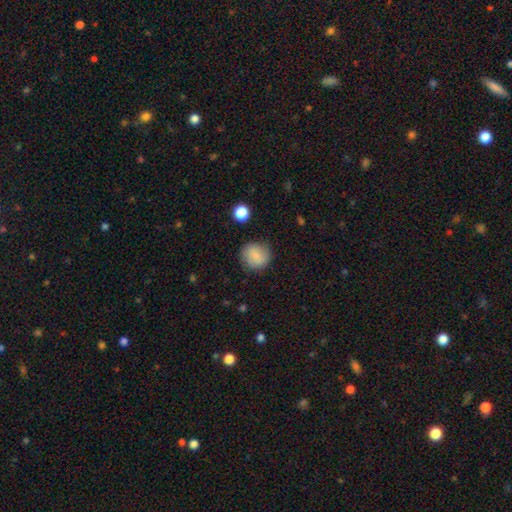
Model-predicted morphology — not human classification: A smooth galaxy with no disk features (81%) that is round (86%). Merging: none (82%).